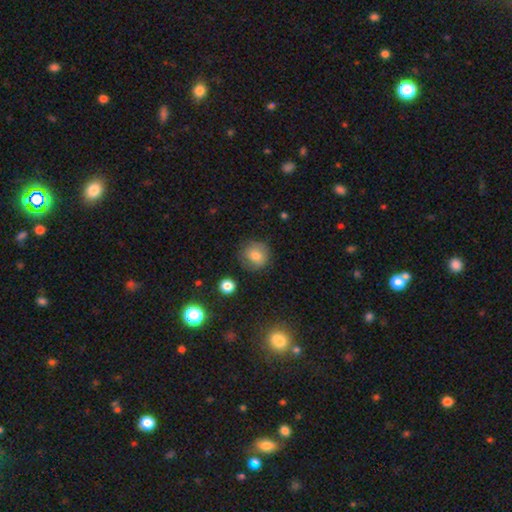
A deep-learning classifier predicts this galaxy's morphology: This is likely a smooth galaxy (77%). How rounded: clearly round (88%). Merging: clearly none (80%).